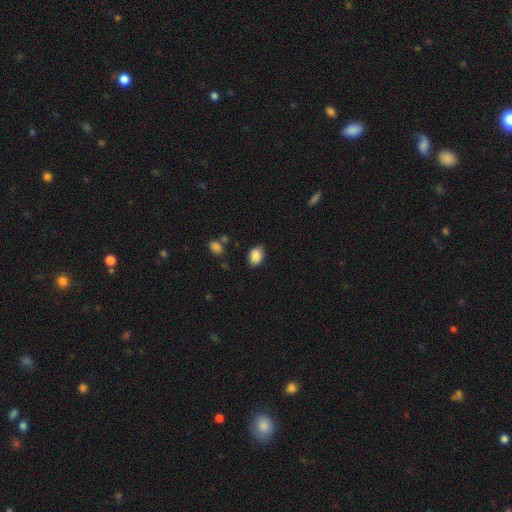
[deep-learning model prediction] Smooth or featured? smooth (87%)
How rounded? in between (83%)
Merging? none (78%)